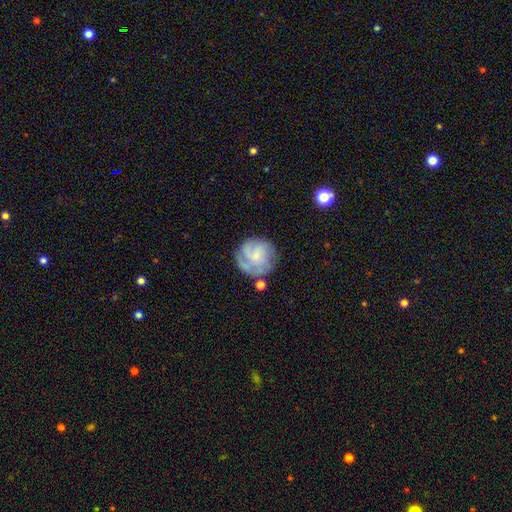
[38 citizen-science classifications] Morphology: type=featured or disk (55%); edge-on=no (90%); bar=no (74%); spiral arms=yes (84%); winding=tight (50%); arm count=can't tell (38%); bulge=small (37%, tied with none); merging=none (61%).